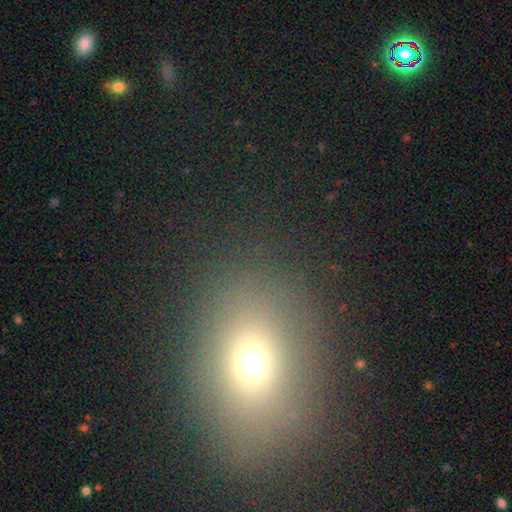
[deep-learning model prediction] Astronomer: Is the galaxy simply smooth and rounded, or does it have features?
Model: smooth — 65%.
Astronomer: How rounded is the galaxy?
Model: in between — 55% (runner-up: round, 43%).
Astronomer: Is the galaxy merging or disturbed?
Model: none — 82%.